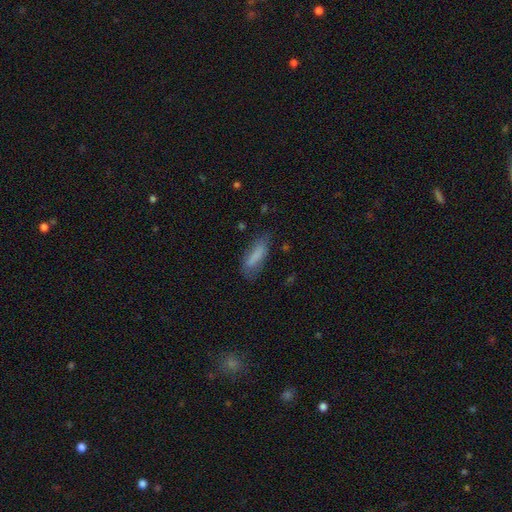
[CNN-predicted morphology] Smooth or featured?
  - smooth: 76% *
  - featured or disk: 15%
  - star or artifact: 8%
How rounded?
  - in between: 50% *
  - cigar-shaped: 48%
  - round: 2%
Merging?
  - none: 63% *
  - minor disturbance: 25%
  - major disturbance: 10%
  - merger: 2%